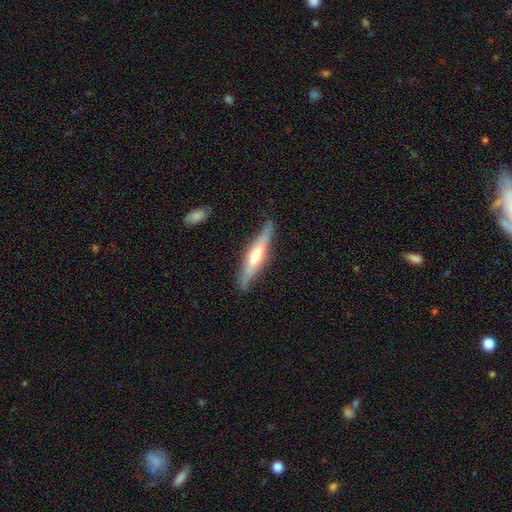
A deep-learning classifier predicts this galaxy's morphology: Overall: featured or disk (58%; smooth 36%). Edge-on disk: yes (91%). Edge-on bulge: rounded (79%). Merging: none (83%).